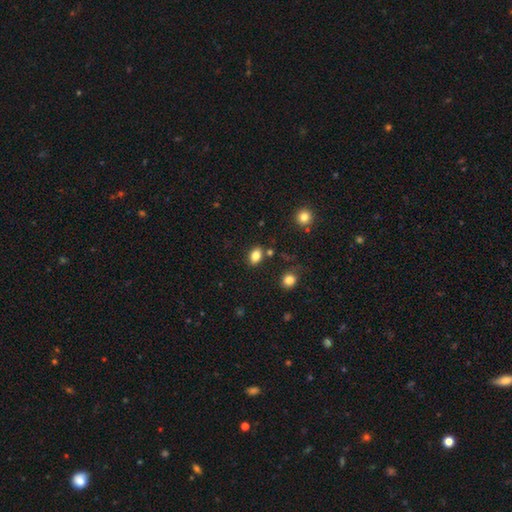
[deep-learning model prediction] smooth_or_featured: smooth (p=0.84) [alt: star or artifact p=0.10]
how_rounded: in between (p=0.77) [alt: round p=0.21]
merging: none (p=0.82) [alt: minor disturbance p=0.10]